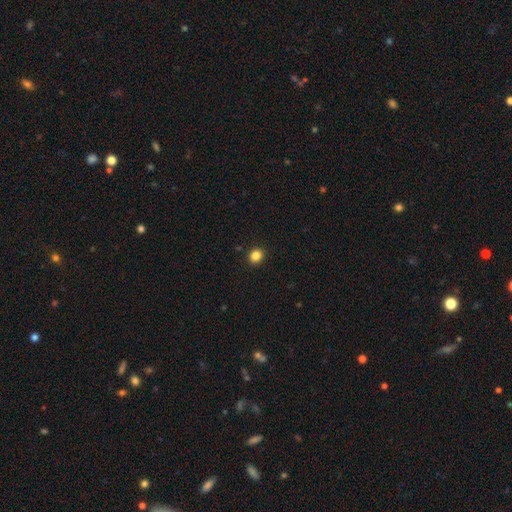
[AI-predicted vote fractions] Morphology: type=smooth (84%); roundness=round (82%); merging=none (92%).